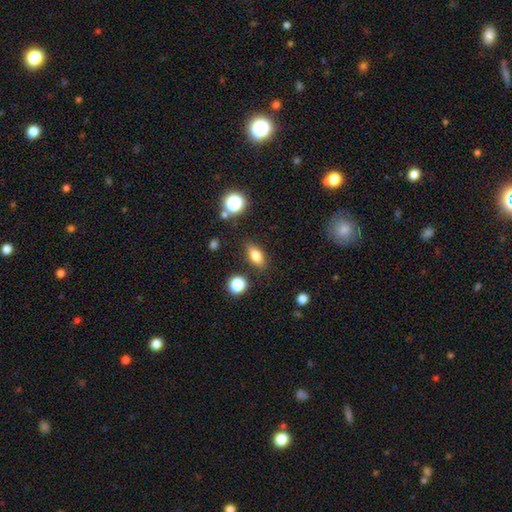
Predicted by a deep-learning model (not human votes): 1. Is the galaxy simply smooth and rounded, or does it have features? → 76% smooth, 14% featured or disk, 11% star or artifact.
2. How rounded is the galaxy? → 76% in between, 14% cigar-shaped, 10% round.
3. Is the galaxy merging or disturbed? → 83% none, 11% minor disturbance, 3% merger, 3% major disturbance.